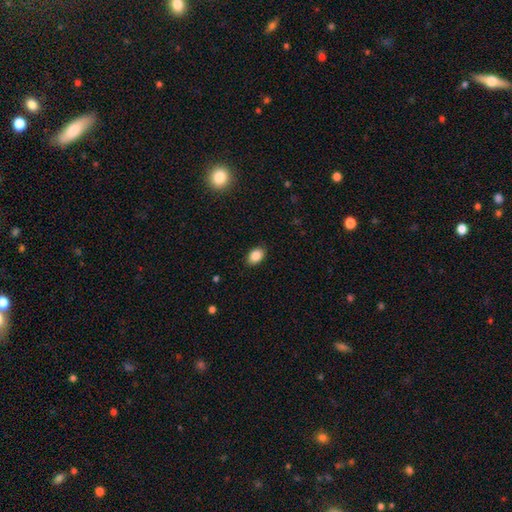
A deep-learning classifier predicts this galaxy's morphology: smooth 87%, star or artifact 8%, featured or disk 5%. Down the decision tree: how rounded — in between (86%); merging — none (88%).